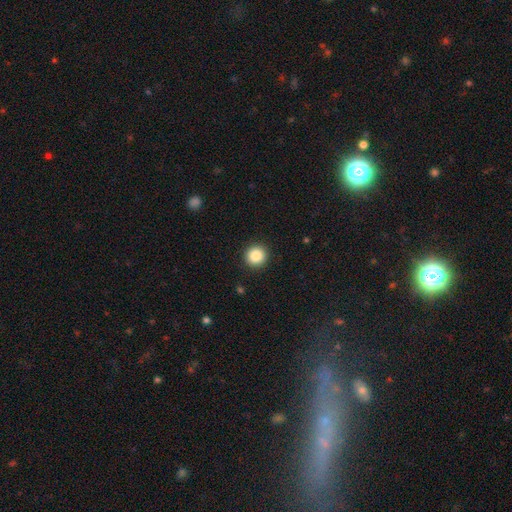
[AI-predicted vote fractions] Morphology: type=smooth (87%); roundness=round (94%); merging=none (92%).